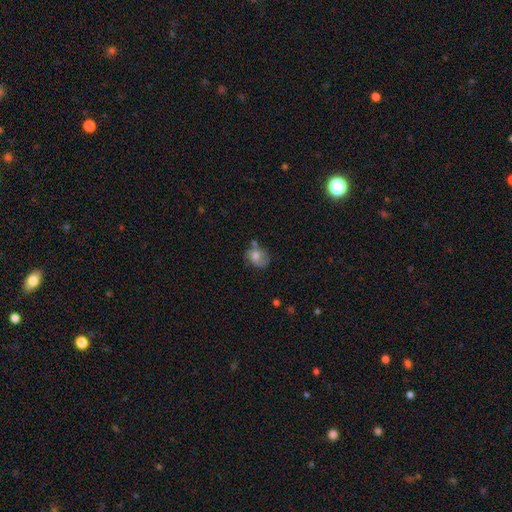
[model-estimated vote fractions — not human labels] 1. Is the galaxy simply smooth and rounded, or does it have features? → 58% smooth, 32% featured or disk, 10% star or artifact.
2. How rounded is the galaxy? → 50% in between, 48% round, 1% cigar-shaped.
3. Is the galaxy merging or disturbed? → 47% none, 28% minor disturbance, 13% merger, 12% major disturbance.